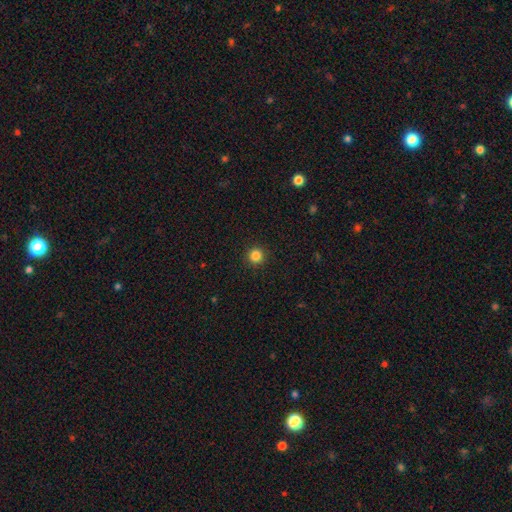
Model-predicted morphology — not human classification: This appears to be a smooth galaxy with no disk features (84%) that is round (96%). Merging: none (93%).